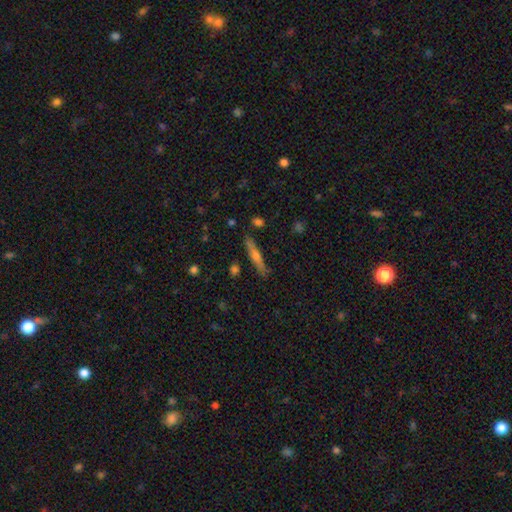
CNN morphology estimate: Smooth or featured? Predicted: featured or disk (p=0.54). Edge-on disk? Predicted: yes (p=0.94). Edge-on bulge? Predicted: rounded (p=0.84). Merging? Predicted: none (p=0.86).